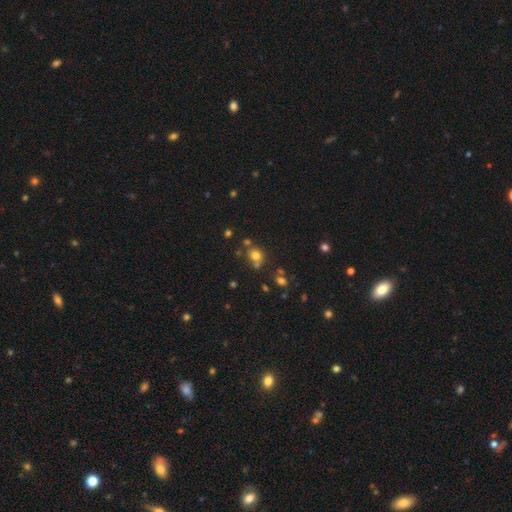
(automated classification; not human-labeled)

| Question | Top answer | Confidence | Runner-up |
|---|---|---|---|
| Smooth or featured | smooth | 72% | star or artifact (18%) |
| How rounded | round | 79% | in between (20%) |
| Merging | none | 59% | merger (24%) |